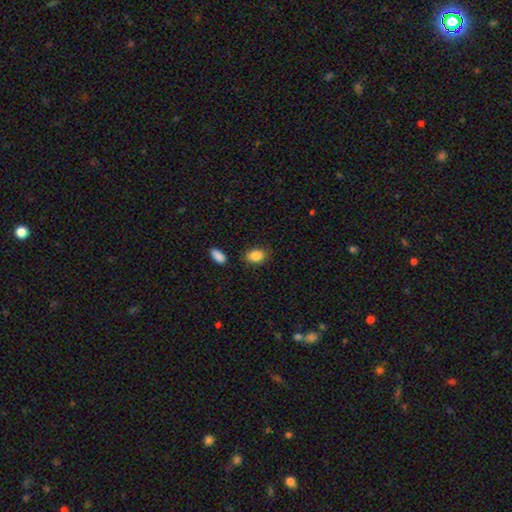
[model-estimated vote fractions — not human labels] This appears to be a smooth galaxy with no disk features (87%) that is in between round and cigar-shaped (78%). Merging: none (84%).